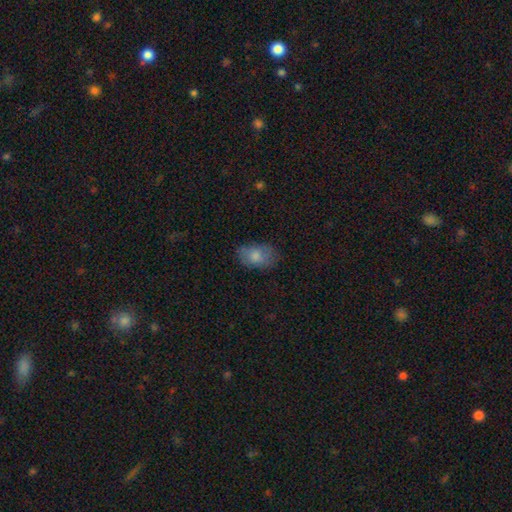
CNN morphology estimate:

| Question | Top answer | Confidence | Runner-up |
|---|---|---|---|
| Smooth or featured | smooth | 78% | featured or disk (15%) |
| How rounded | in between | 89% | round (9%) |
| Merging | none | 70% | minor disturbance (22%) |